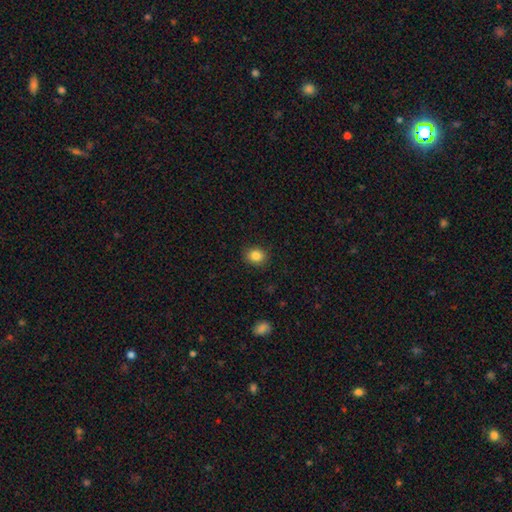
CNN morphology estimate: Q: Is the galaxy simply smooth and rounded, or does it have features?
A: smooth — 85%.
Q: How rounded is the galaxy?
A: round — 64%.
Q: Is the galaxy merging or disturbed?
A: none — 89%.